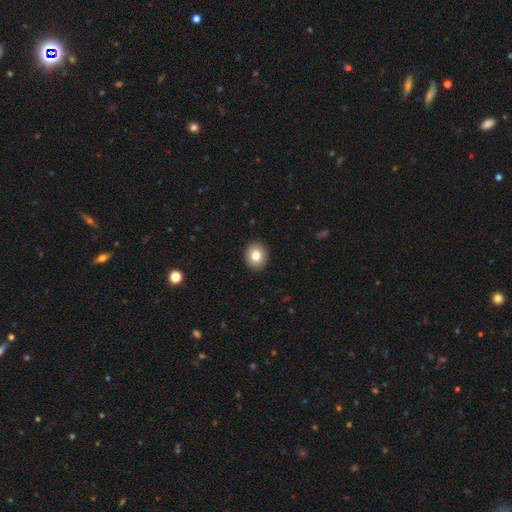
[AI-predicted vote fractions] Morphology: type=smooth (81%); roundness=round (71%); merging=none (92%).